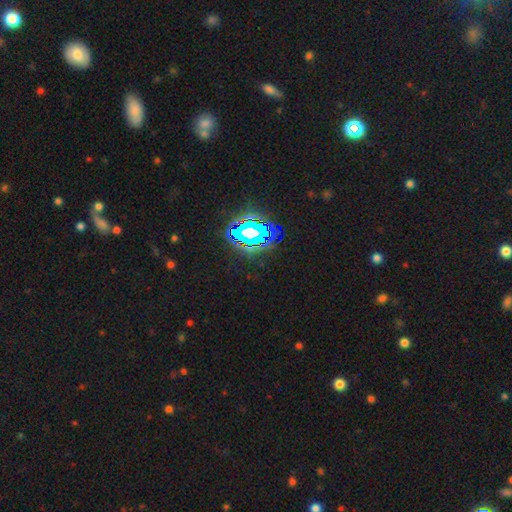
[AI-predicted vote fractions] A star or artifact, not a galaxy (81%).

Vote fractions:
- Smooth or featured? star or artifact: 81% / smooth: 11% / featured or disk: 7%